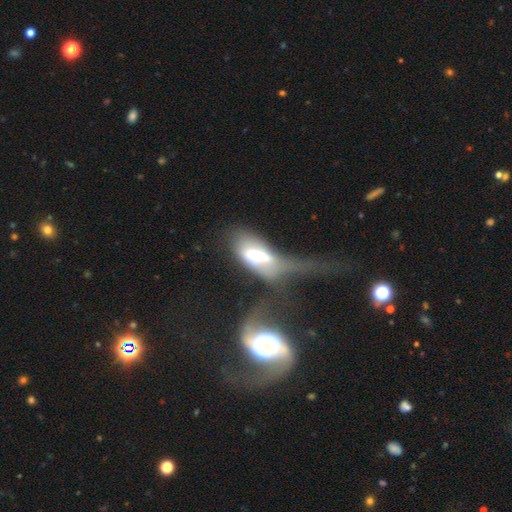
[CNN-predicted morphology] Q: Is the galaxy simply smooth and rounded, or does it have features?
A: smooth — 47%.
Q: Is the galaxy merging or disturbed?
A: merger — 53%.